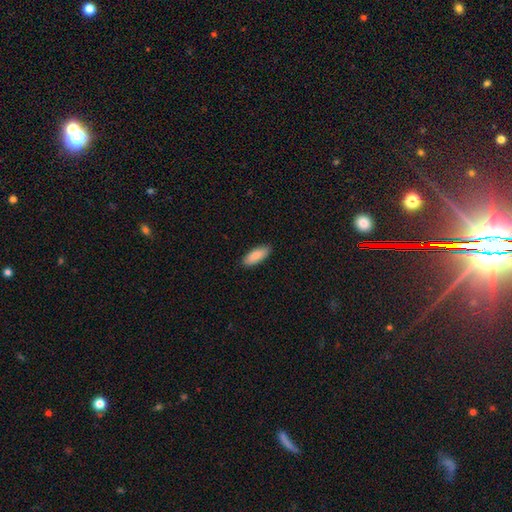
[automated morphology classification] Smooth or featured: smooth — 88% (featured or disk — 7%)
How rounded: in between — 79% (cigar-shaped — 19%)
Merging: none — 88% (minor disturbance — 9%)